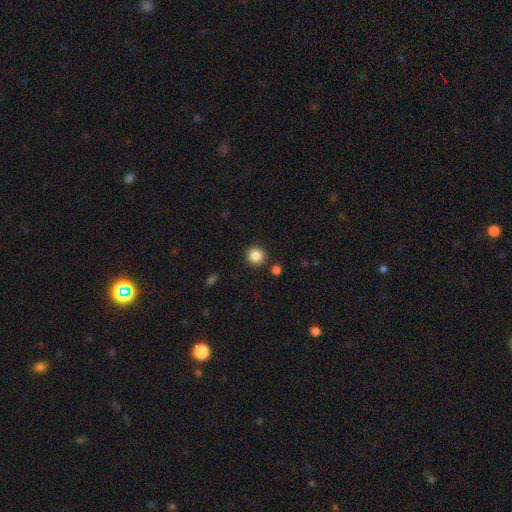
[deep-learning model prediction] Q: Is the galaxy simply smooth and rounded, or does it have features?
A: smooth — 87%.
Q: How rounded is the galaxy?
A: round — 93%.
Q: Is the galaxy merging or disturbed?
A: none — 89%.